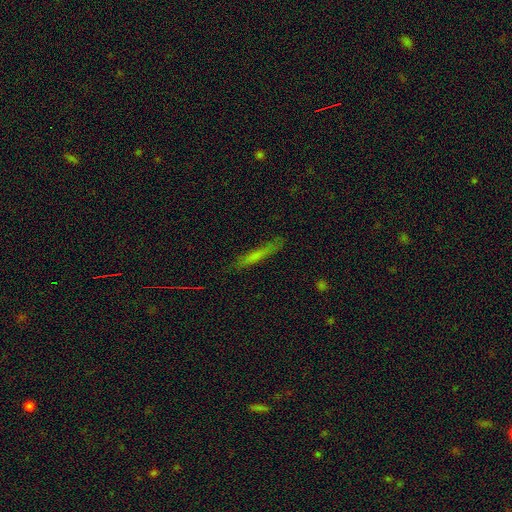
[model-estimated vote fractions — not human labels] A smooth galaxy with no disk features (62%) that is cigar-shaped (94%).

Vote fractions:
- Smooth or featured? smooth: 62% / featured or disk: 28% / star or artifact: 10%
- How rounded? cigar-shaped: 94% / in between: 5% / round: 2%
- Merging? none: 82% / minor disturbance: 14% / major disturbance: 3% / merger: 2%